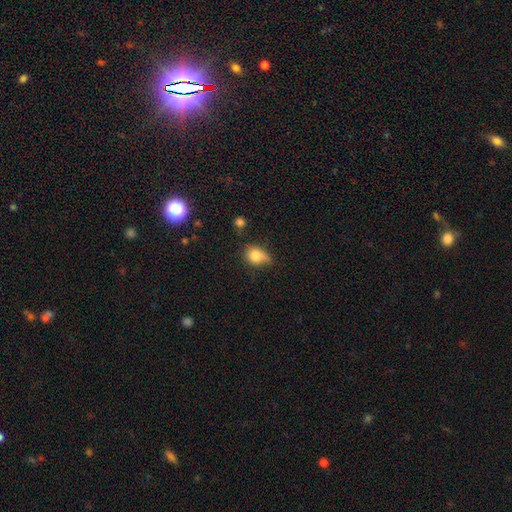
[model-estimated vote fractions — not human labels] smooth 79%, featured or disk 11%, star or artifact 10%. Down the decision tree: how rounded — in between (51%); merging — minor disturbance (42%).